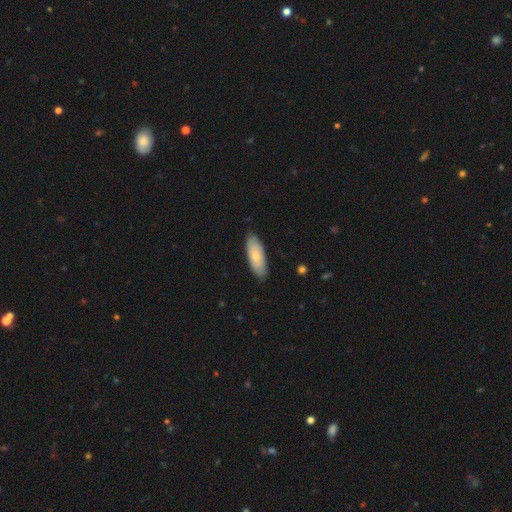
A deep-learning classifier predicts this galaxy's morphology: A smooth galaxy with no disk features (74%) that is in between round and cigar-shaped (72%). Merging: none (84%).